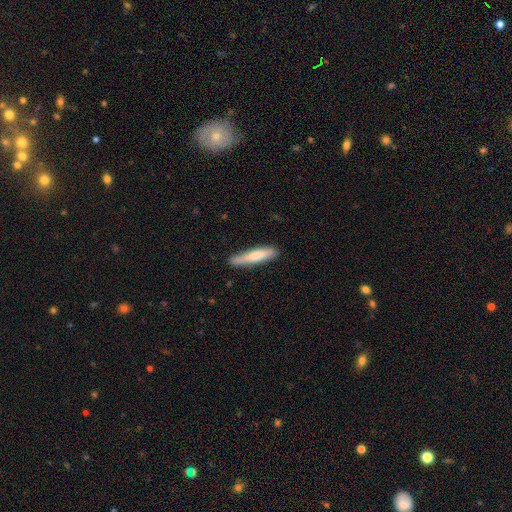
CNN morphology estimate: Smooth or featured: smooth — 74% (featured or disk — 21%)
How rounded: cigar-shaped — 88% (in between — 10%)
Merging: none — 80% (minor disturbance — 16%)